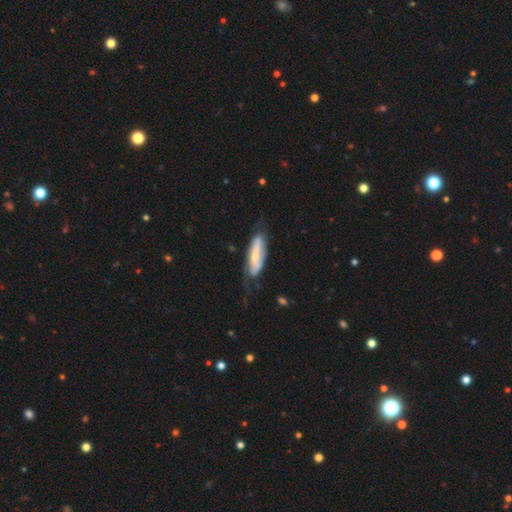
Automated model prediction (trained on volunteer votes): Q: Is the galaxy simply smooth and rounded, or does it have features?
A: featured or disk — 65%.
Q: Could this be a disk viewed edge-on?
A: no — 76%.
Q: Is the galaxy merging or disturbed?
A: none — 56%.